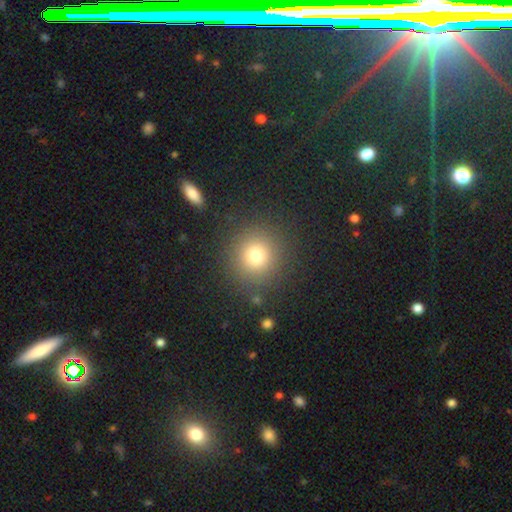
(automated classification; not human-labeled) This appears to be a smooth galaxy with no disk features (76%) that is round (93%). Merging: none (88%).